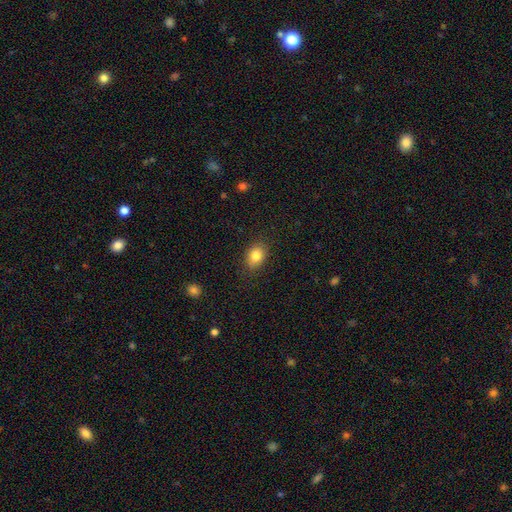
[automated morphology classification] Smooth or featured: smooth — 83% (star or artifact — 9%)
How rounded: in between — 73% (round — 26%)
Merging: none — 85% (minor disturbance — 11%)